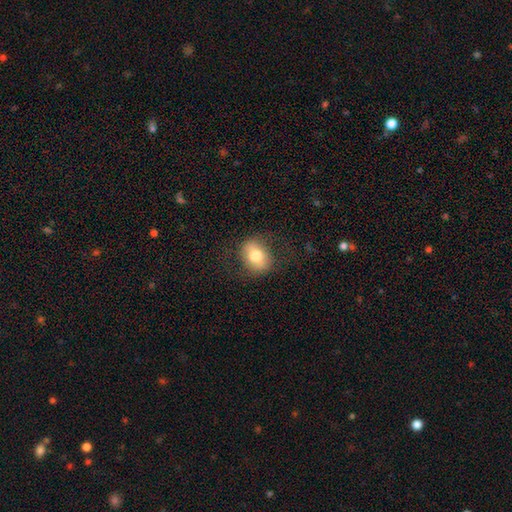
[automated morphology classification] Smooth or featured: smooth — 69% (featured or disk — 23%)
How rounded: in between — 60% (round — 39%)
Merging: none — 78% (minor disturbance — 14%)